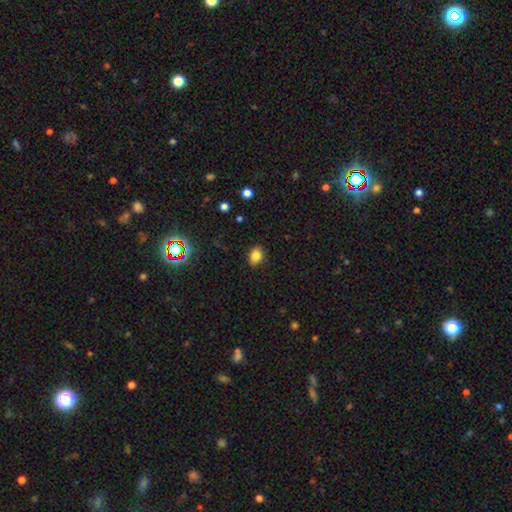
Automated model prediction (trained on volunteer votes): Morphology: type=smooth (82%); roundness=in between (69%); merging=none (85%).